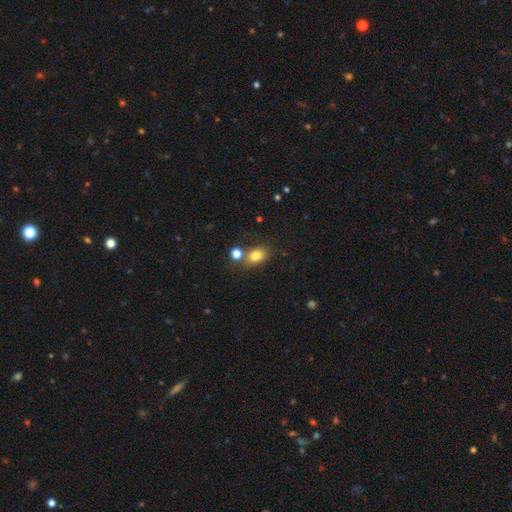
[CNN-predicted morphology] type=smooth (80%); roundness=in between (70%); merging=none (66%).